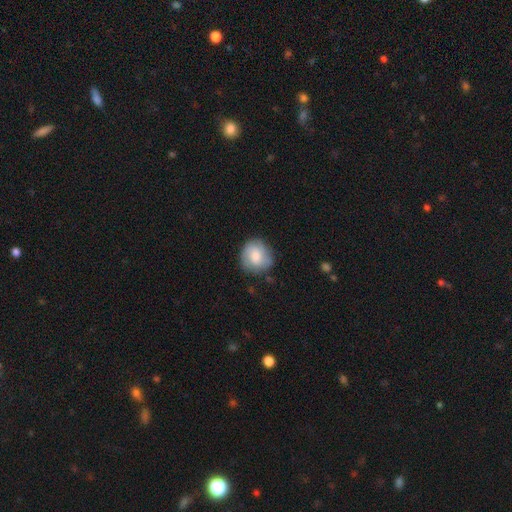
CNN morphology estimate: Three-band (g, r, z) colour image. It shows a smooth galaxy with no disk features (70%) that is round (82%). Merging: none (73%).